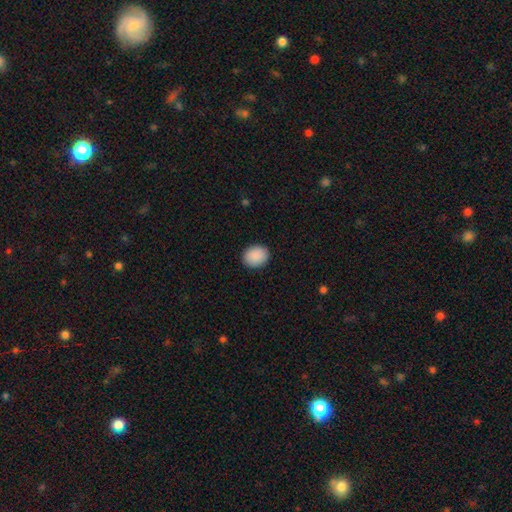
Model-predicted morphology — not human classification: smooth-or-featured: smooth: 90% | star or artifact: 7% | featured or disk: 3%
  how-rounded: round: 56% | in between: 43% | cigar-shaped: 1%
  merging: none: 90% | minor disturbance: 7% | major disturbance: 2% | merger: 1%